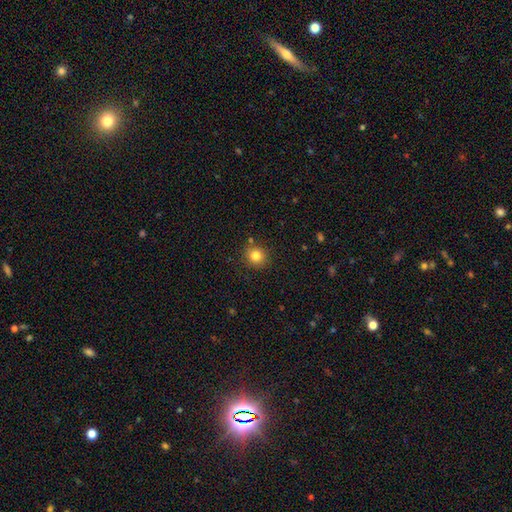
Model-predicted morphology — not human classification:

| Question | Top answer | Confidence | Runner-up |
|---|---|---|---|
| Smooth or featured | smooth | 82% | star or artifact (12%) |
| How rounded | round | 91% | in between (9%) |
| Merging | none | 86% | minor disturbance (8%) |